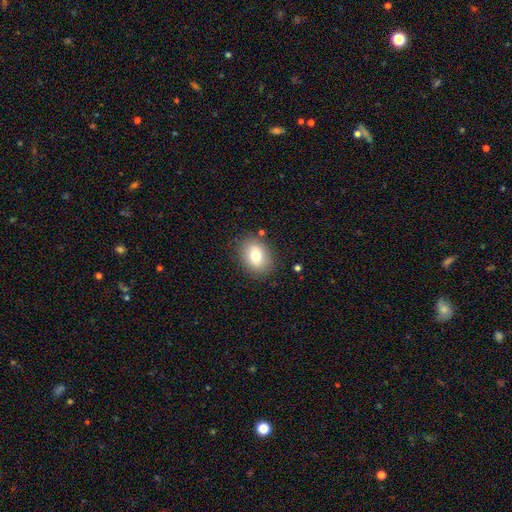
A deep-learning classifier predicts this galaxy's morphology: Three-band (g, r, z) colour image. It shows a smooth galaxy with no disk features (76%) that is in between round and cigar-shaped (64%). Merging: none (83%).